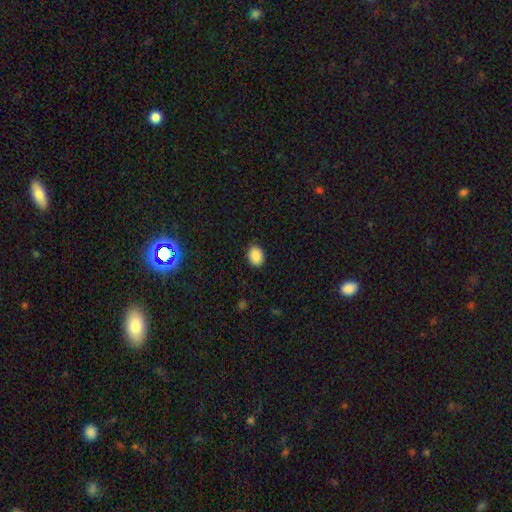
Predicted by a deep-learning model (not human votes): smooth 89%, star or artifact 8%, featured or disk 3%. Down the decision tree: how rounded — in between (62%); merging — none (86%).